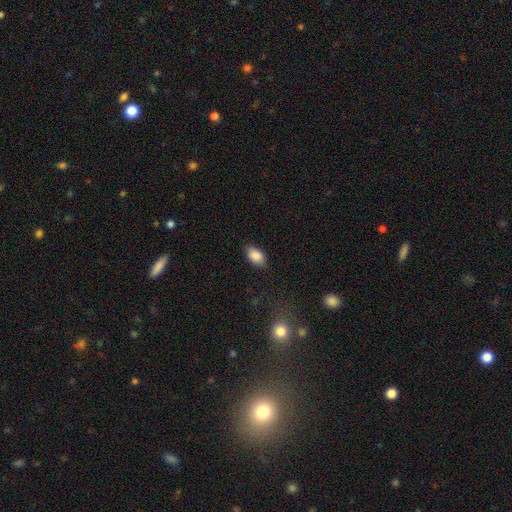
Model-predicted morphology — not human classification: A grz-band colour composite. It shows a smooth galaxy with no disk features (88%) that is in between round and cigar-shaped (91%). Merging: none (83%).